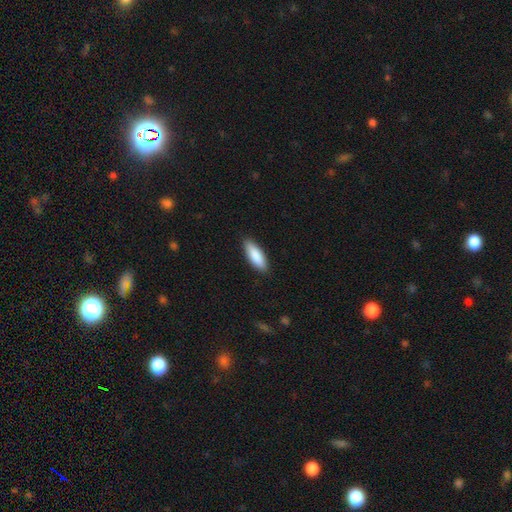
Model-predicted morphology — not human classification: type=smooth (88%); roundness=in between (65%); merging=none (88%).